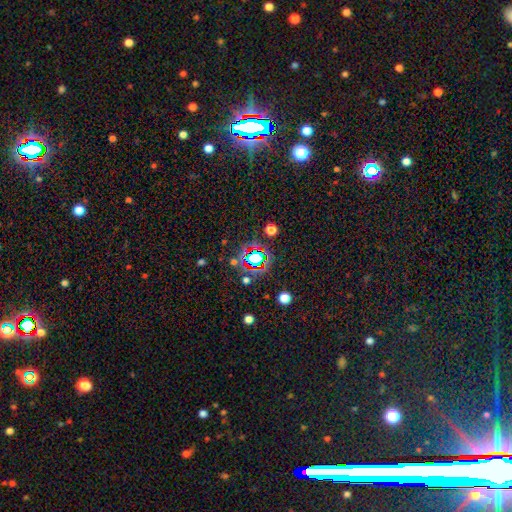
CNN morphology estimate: This is likely a star or artifact rather than a galaxy (61%).